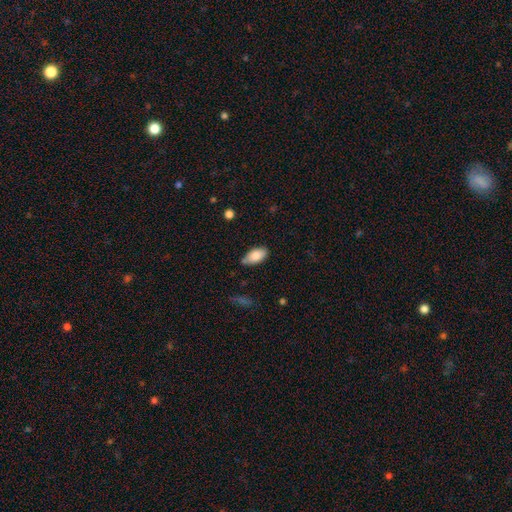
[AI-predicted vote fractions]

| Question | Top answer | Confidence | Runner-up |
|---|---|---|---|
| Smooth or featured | smooth | 85% | featured or disk (8%) |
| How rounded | in between | 93% | cigar-shaped (4%) |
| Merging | none | 72% | minor disturbance (21%) |